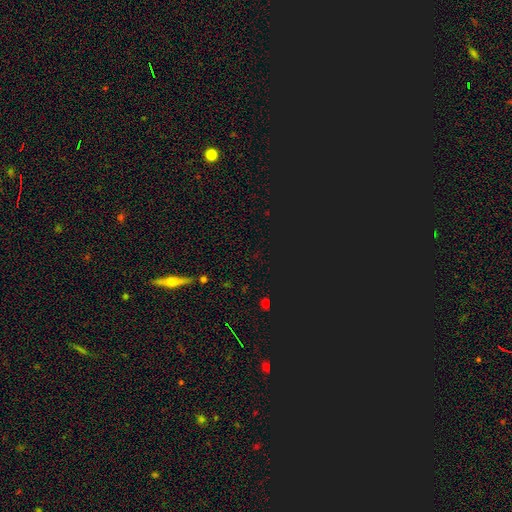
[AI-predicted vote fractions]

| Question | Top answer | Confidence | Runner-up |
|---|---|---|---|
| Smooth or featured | star or artifact | 75% | smooth (18%) |